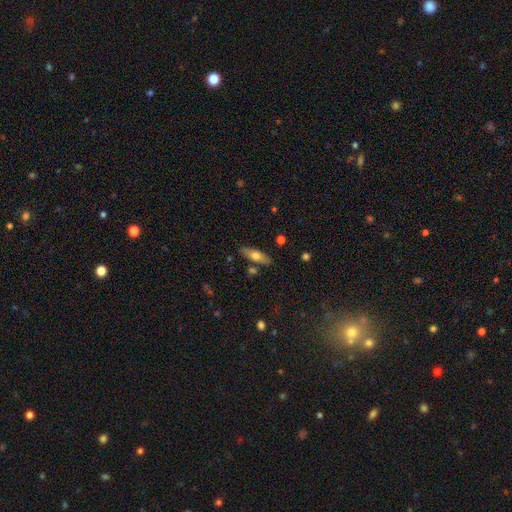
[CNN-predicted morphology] A smooth galaxy with no disk features (59%) that is in between round and cigar-shaped (51%). Merging: none (81%).